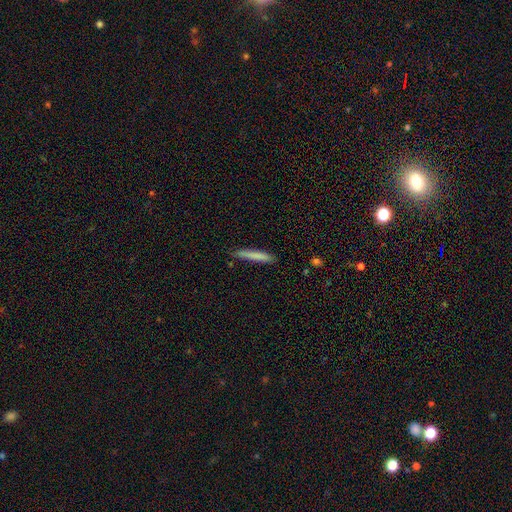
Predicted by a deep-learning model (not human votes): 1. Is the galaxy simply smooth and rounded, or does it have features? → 79% smooth, 14% featured or disk, 7% star or artifact.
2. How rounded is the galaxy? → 94% cigar-shaped, 5% in between, 1% round.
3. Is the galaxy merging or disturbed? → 83% none, 13% minor disturbance, 2% major disturbance, 2% merger.